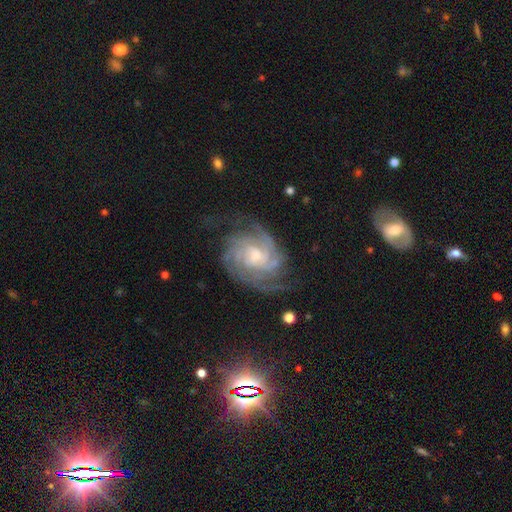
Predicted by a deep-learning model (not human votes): This appears to be a featured or disk galaxy (89%) with no bar (60%), tight (62%) spiral arms (97%) and a moderate central bulge (50%). Merging: none (69%).